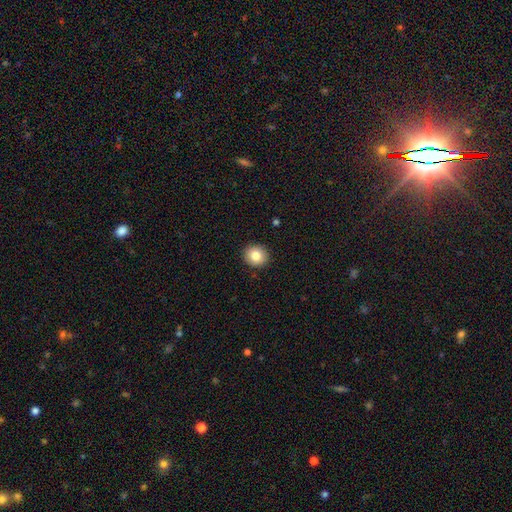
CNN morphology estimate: Smooth or featured? smooth (83%)
How rounded? round (84%)
Merging? none (92%)